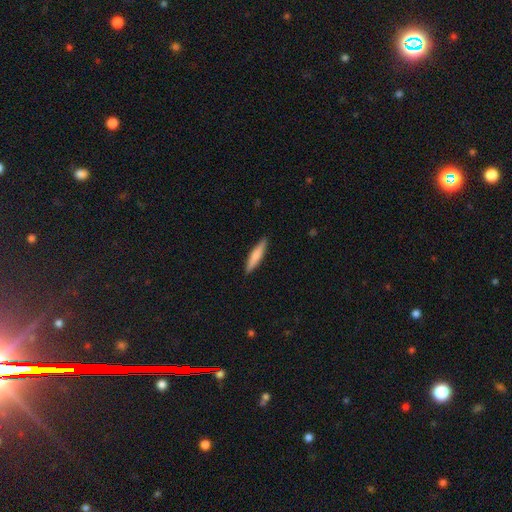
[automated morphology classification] smooth 74%, featured or disk 21%, star or artifact 5%. Down the decision tree: how rounded — cigar-shaped (85%); merging — none (89%).